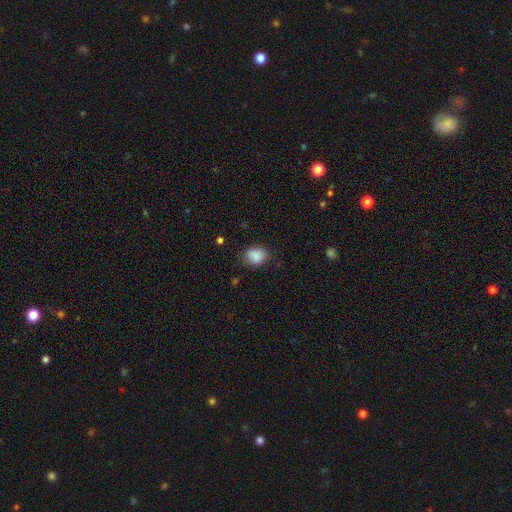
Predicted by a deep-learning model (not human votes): smooth_or_featured: smooth (p=0.87) [alt: star or artifact p=0.08]
how_rounded: in between (p=0.59) [alt: round p=0.40]
merging: none (p=0.75) [alt: minor disturbance p=0.19]